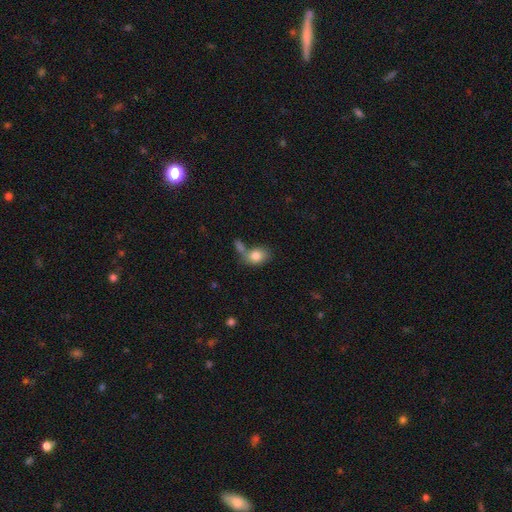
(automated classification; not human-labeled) A smooth galaxy with no disk features (81%) that is in between round and cigar-shaped (67%).

Vote fractions:
- Smooth or featured? smooth: 81% / featured or disk: 11% / star or artifact: 8%
- How rounded? in between: 67% / round: 31% / cigar-shaped: 2%
- Merging? none: 42% / merger: 35% / minor disturbance: 15% / major disturbance: 8%